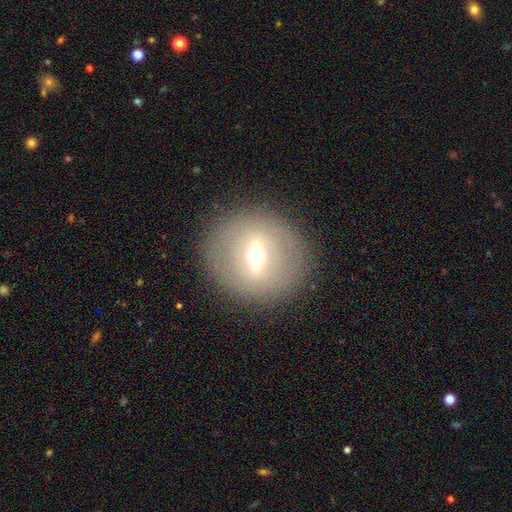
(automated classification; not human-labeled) Overall: featured or disk (51%; smooth 38%). Edge-on disk: no (86%). Merging: none (87%).